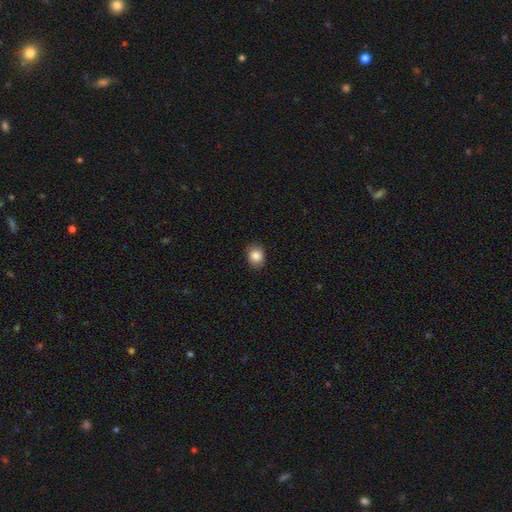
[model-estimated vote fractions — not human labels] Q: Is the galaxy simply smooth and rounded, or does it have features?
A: smooth — 86%.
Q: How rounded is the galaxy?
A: round — 65%.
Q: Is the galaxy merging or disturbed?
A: none — 84%.